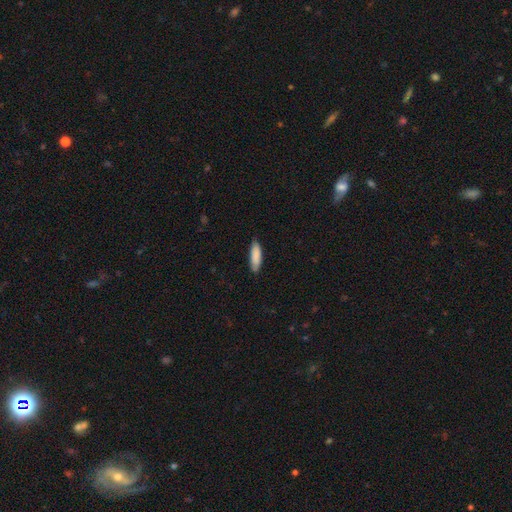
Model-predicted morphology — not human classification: smooth 88%, featured or disk 7%, star or artifact 6%. Down the decision tree: how rounded — cigar-shaped (53%); merging — none (84%).